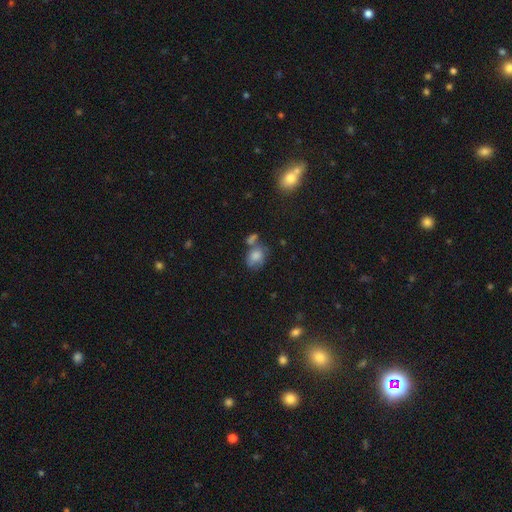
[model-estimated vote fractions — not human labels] smooth 70%, featured or disk 19%, star or artifact 10%. Down the decision tree: how rounded — in between (57%); merging — none (38%).